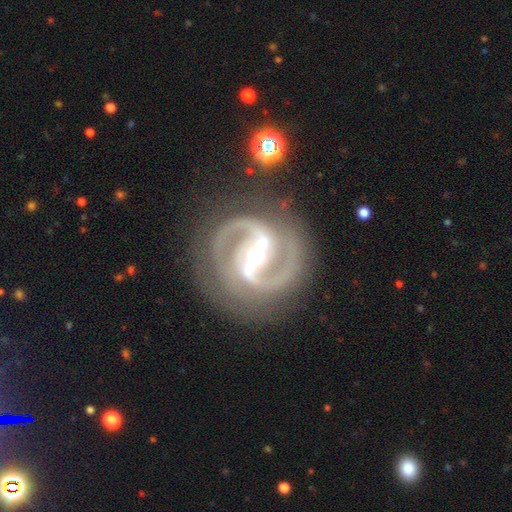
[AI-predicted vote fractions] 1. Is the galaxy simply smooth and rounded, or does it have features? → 92% featured or disk, 5% star or artifact, 3% smooth.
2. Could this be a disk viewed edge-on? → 98% no, 2% yes.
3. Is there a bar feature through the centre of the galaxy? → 65% strong, 26% weak, 9% no.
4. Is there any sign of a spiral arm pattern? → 98% yes, 2% no.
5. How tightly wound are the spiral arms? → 59% medium, 33% tight, 8% loose.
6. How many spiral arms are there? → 89% 2, 5% 3, 2% can't tell, 1% 1, 1% 4, 1% more than 4.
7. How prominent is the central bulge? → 66% moderate, 25% small, 6% large, 1% dominant, 1% none.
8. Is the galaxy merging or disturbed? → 78% none, 13% minor disturbance, 5% major disturbance, 4% merger.